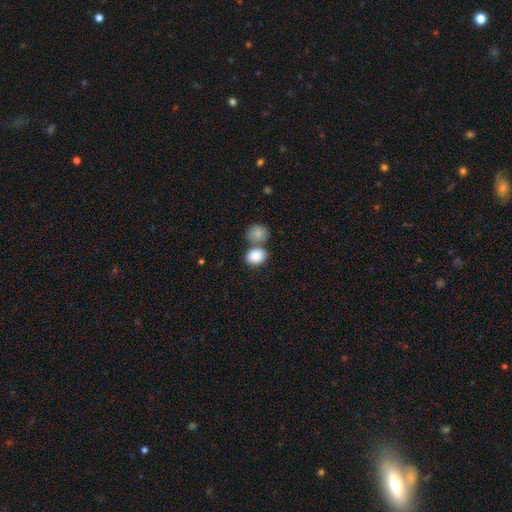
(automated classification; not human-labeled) Overall: smooth (86%). How rounded: in between (55%; round 44%). Merging: merger (43%, tied with none).